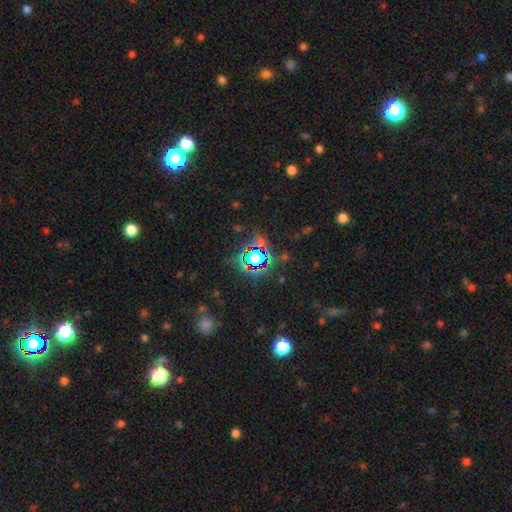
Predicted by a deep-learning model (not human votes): Q: Smooth or featured?
A: star or artifact (73%); runner-up: smooth (18%)